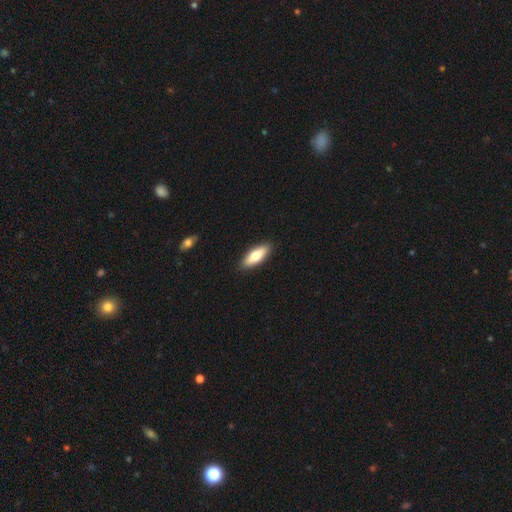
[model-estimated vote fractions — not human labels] smooth_or_featured: smooth (p=0.68) [alt: featured or disk p=0.26]
how_rounded: in between (p=0.66) [alt: cigar-shaped p=0.32]
merging: none (p=0.91) [alt: minor disturbance p=0.07]